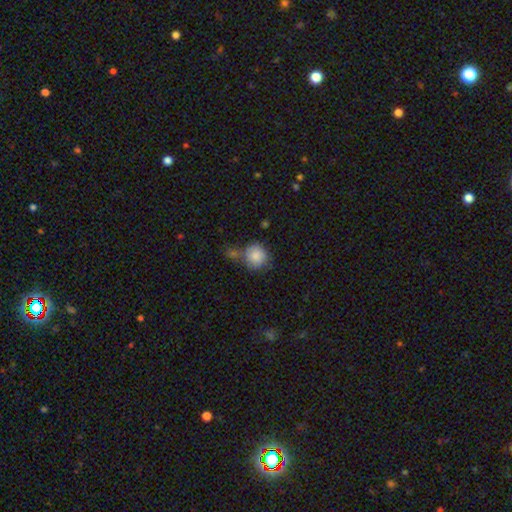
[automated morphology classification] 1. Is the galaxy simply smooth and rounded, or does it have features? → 85% smooth, 8% star or artifact, 7% featured or disk.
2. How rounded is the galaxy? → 87% round, 12% in between, 1% cigar-shaped.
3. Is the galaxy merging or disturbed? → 55% none, 22% merger, 17% minor disturbance, 6% major disturbance.